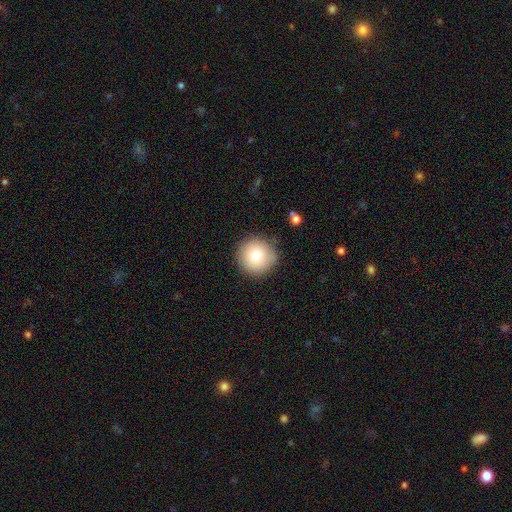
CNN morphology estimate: Smooth or featured: smooth — 78% (featured or disk — 12%)
How rounded: round — 95% (in between — 4%)
Merging: none — 85% (minor disturbance — 10%)